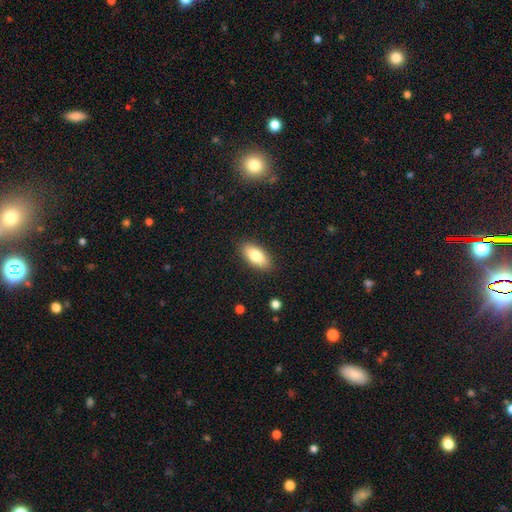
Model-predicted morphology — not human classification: Overall: smooth (81%). How rounded: in between (87%). Merging: none (88%).